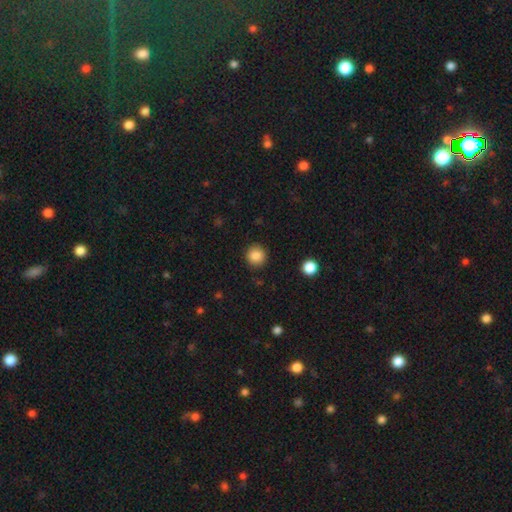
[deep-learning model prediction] Smooth or featured? Predicted: smooth (p=0.86). How rounded? Predicted: round (p=0.92). Merging? Predicted: none (p=0.91).